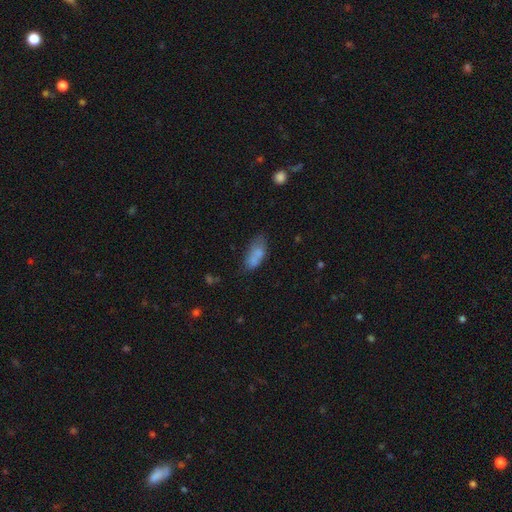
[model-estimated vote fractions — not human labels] Morphology: type=smooth (74%); roundness=in between (83%); merging=none (43%).